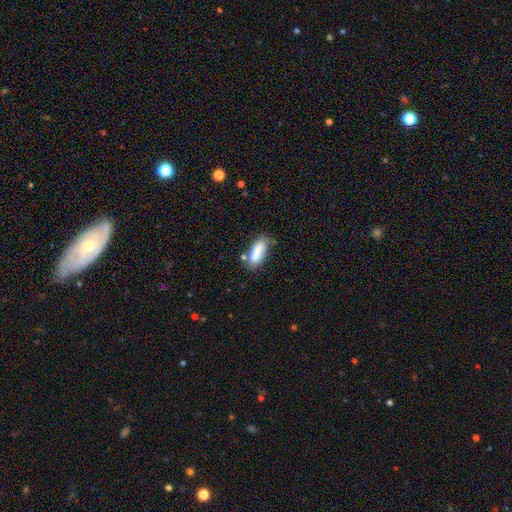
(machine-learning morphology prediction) Smooth or featured? Predicted: smooth (p=0.78). How rounded? Predicted: in between (p=0.73). Merging? Predicted: none (p=0.52).